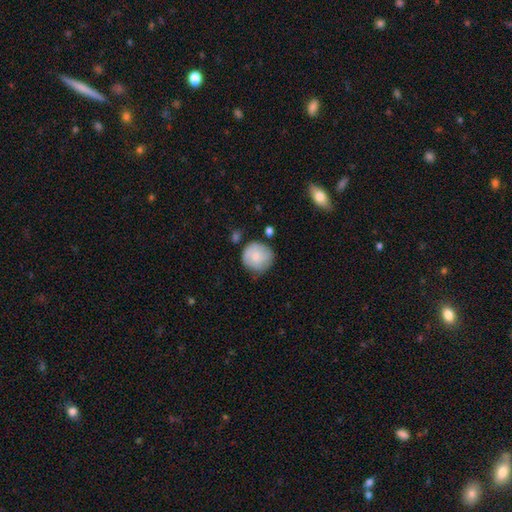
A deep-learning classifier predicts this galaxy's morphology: smooth_or_featured: smooth (p=0.75) [alt: featured or disk p=0.18]
how_rounded: round (p=0.91) [alt: in between p=0.08]
merging: none (p=0.68) [alt: minor disturbance p=0.22]